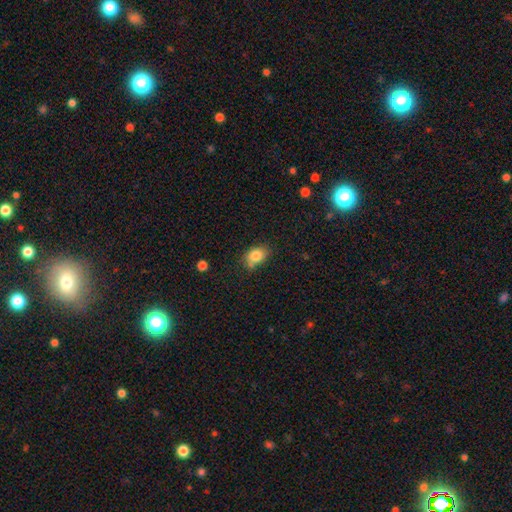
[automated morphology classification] smooth 81%, featured or disk 10%, star or artifact 9%. Down the decision tree: how rounded — in between (75%); merging — none (64%).